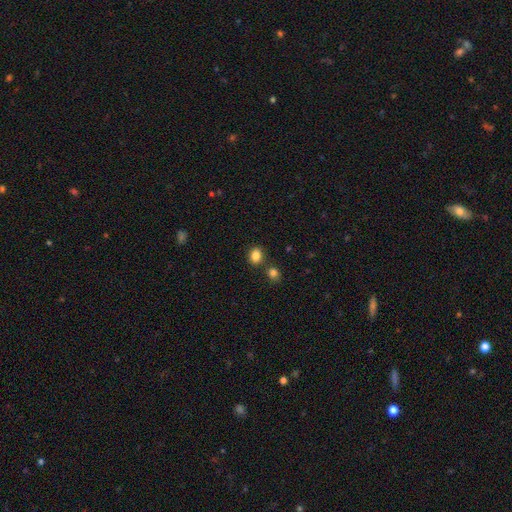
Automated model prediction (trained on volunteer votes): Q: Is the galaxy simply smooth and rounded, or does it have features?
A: smooth — 84%.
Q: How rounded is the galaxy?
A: in between — 53%.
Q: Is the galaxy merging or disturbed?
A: none — 74%.